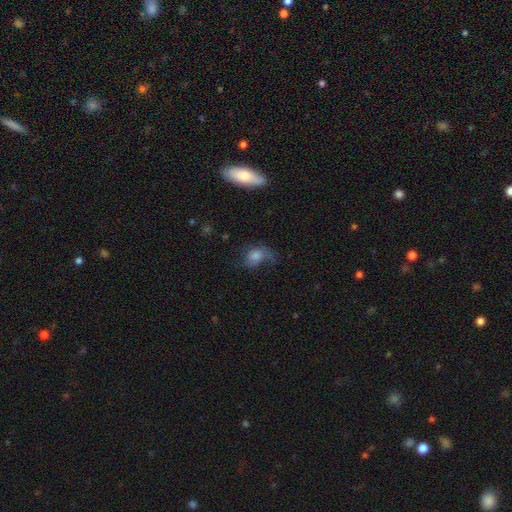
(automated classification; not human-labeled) Q: Smooth or featured?
A: smooth (61%); runner-up: featured or disk (27%)
Q: How rounded?
A: in between (69%); runner-up: round (28%)
Q: Merging?
A: none (37%); runner-up: major disturbance (33%)